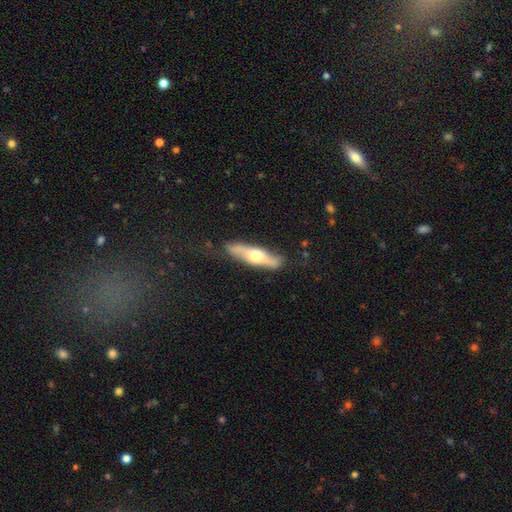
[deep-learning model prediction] A featured or disk galaxy (52%) viewed edge-on (77%). Merging: none (79%).